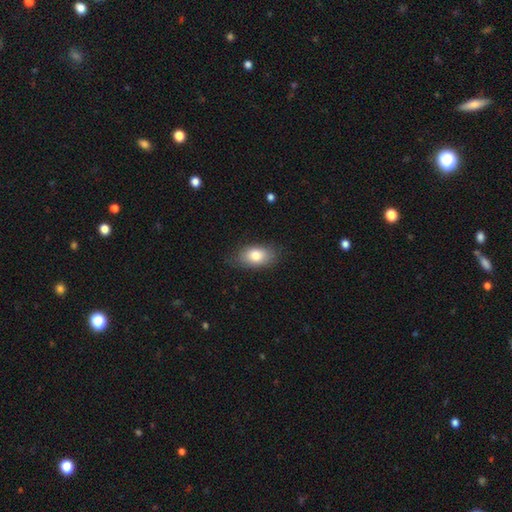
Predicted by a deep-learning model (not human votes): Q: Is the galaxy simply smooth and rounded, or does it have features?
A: smooth — 79%.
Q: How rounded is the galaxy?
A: in between — 89%.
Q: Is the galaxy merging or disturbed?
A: none — 76%.